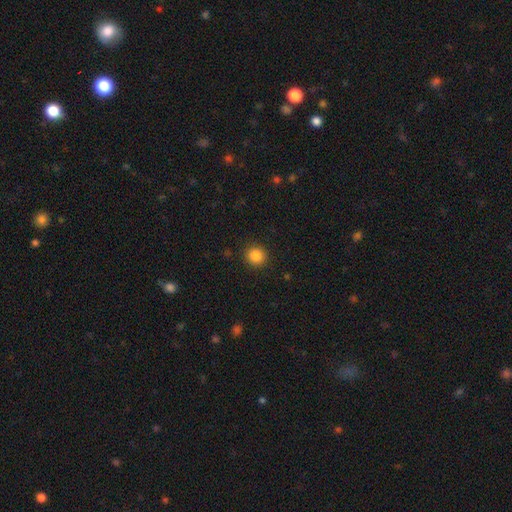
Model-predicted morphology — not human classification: Overall: smooth (85%). How rounded: round (91%). Merging: none (91%).